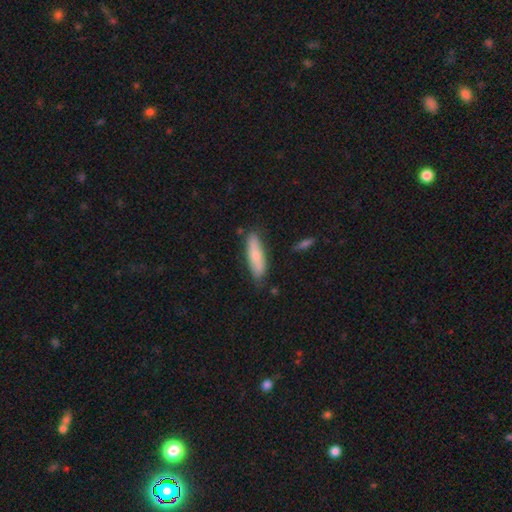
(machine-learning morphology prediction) smooth-or-featured: smooth: 71% | featured or disk: 24% | star or artifact: 6%
  how-rounded: cigar-shaped: 59% | in between: 39% | round: 2%
  merging: none: 77% | minor disturbance: 17% | major disturbance: 3% | merger: 3%